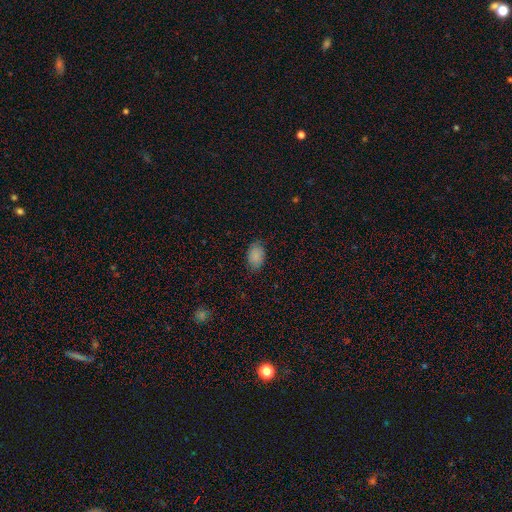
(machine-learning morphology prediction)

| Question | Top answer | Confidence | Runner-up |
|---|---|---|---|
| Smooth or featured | smooth | 86% | star or artifact (9%) |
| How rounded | in between | 86% | round (12%) |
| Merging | none | 81% | minor disturbance (15%) |